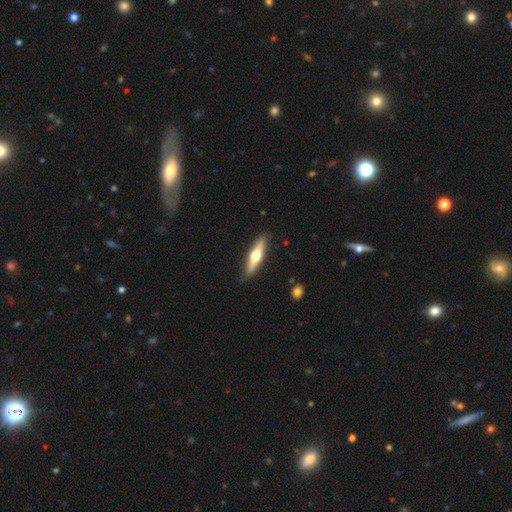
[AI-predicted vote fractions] This appears to be a featured or disk galaxy (55%) viewed edge-on (94%) with a rounded central bulge (94%). Merging: none (87%).